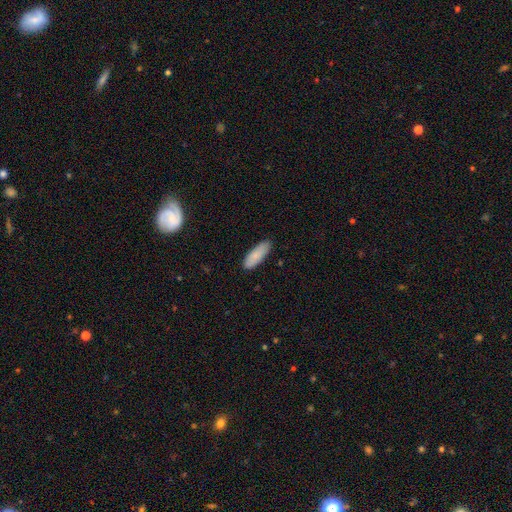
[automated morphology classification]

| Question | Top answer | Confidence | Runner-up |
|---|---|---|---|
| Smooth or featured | smooth | 86% | featured or disk (8%) |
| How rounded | in between | 63% | cigar-shaped (35%) |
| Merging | none | 86% | minor disturbance (11%) |